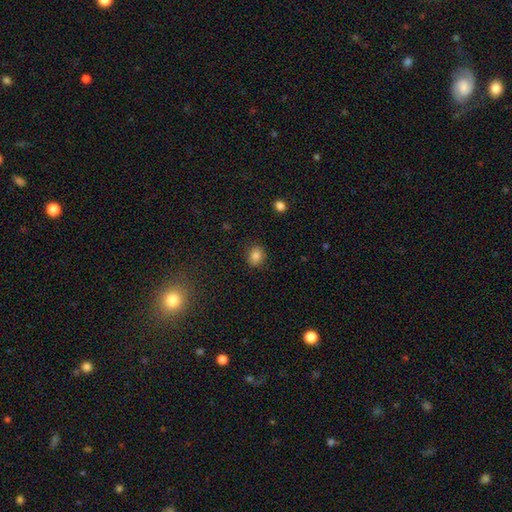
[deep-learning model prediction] Smooth or featured?
  - smooth: 84% *
  - star or artifact: 11%
  - featured or disk: 6%
How rounded?
  - round: 61% *
  - in between: 38%
  - cigar-shaped: 1%
Merging?
  - none: 87% *
  - minor disturbance: 9%
  - major disturbance: 2%
  - merger: 1%